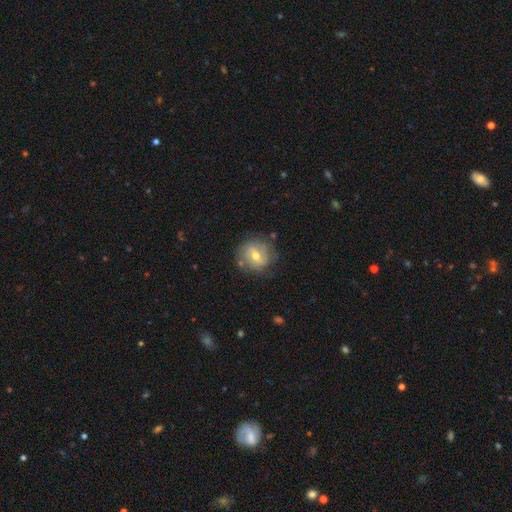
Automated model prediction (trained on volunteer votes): Morphology: type=featured or disk (51%); edge-on=no (96%); merging=none (74%).